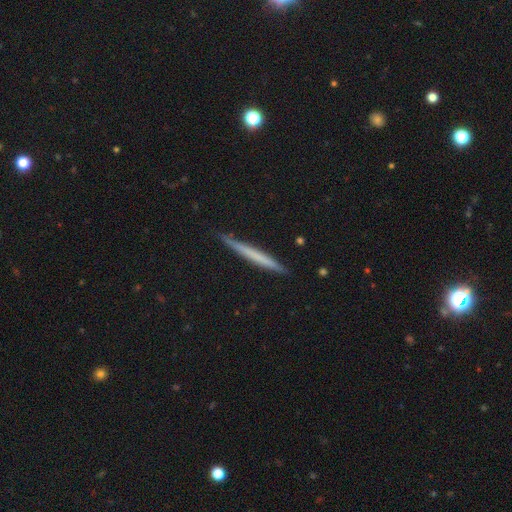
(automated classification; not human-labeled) The model was most divided on "smooth or featured": smooth: 53%, featured or disk: 42%, star or artifact: 6%. More confident: how rounded — cigar-shaped (97%); merging — none (86%).